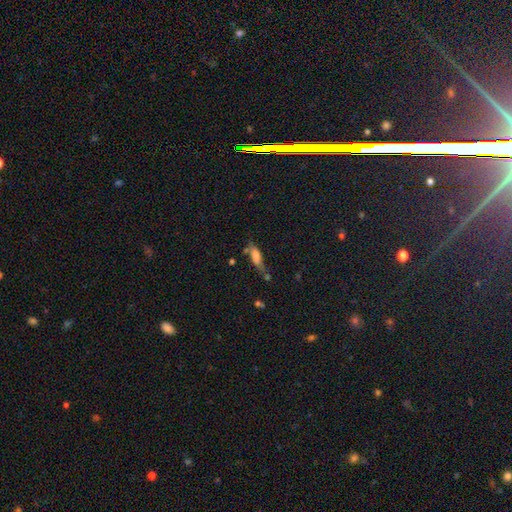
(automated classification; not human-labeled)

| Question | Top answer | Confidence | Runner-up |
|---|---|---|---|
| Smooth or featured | smooth | 66% | featured or disk (23%) |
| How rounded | cigar-shaped | 49% | in between (48%) |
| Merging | none | 47% | minor disturbance (26%) |